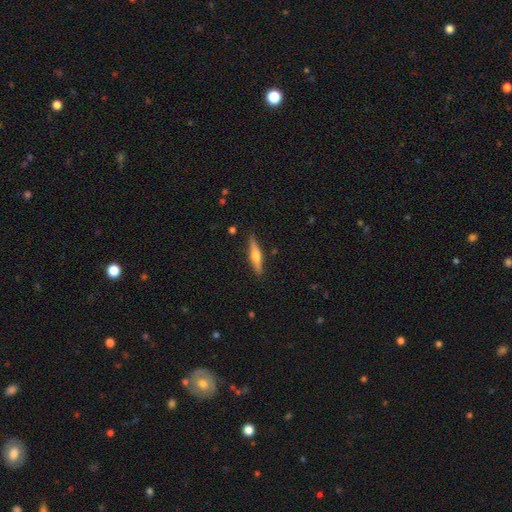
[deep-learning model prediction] Smooth or featured?
  - featured or disk: 51% *
  - smooth: 43%
  - star or artifact: 6%
Edge-on disk?
  - yes: 95% *
  - no: 5%
Merging?
  - none: 87% *
  - minor disturbance: 9%
  - major disturbance: 2%
  - merger: 1%